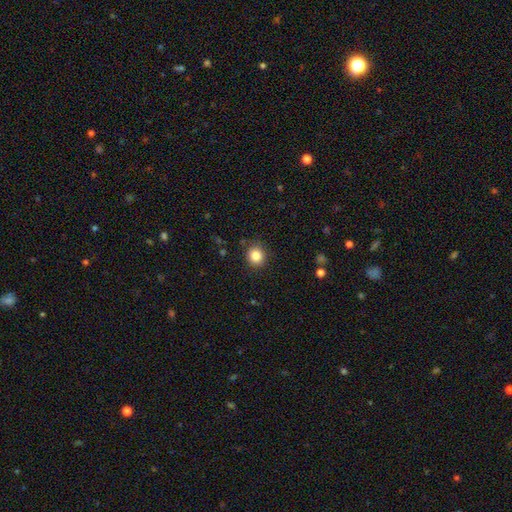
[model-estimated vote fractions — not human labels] The model was most divided on "how rounded": round: 85%, in between: 14%, cigar-shaped: 1%. More confident: merging — none (88%); smooth or featured — smooth (84%).